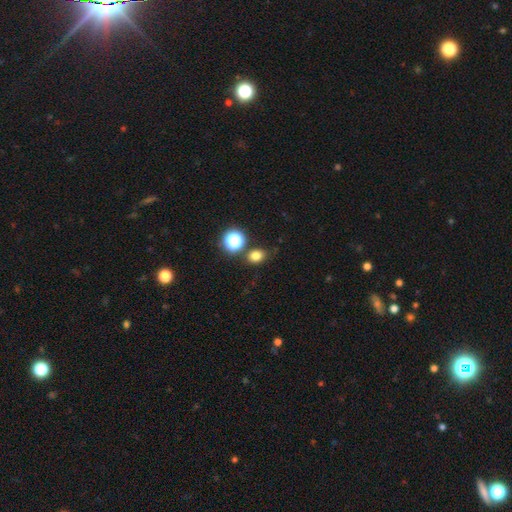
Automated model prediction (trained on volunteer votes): A smooth galaxy with no disk features (77%) that is round (53%). Merging: none (76%).